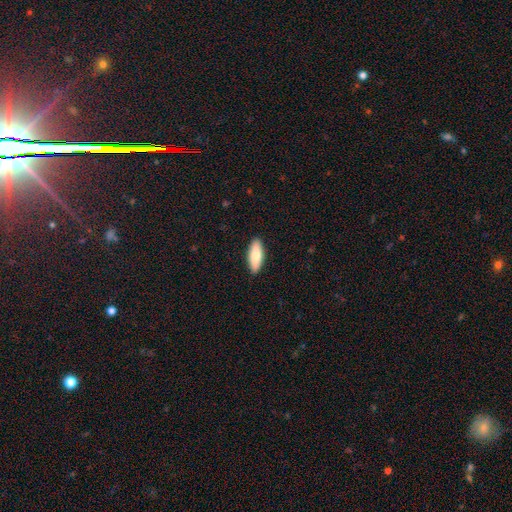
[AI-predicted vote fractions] Overall: smooth (81%). How rounded: in between (69%). Merging: none (90%).